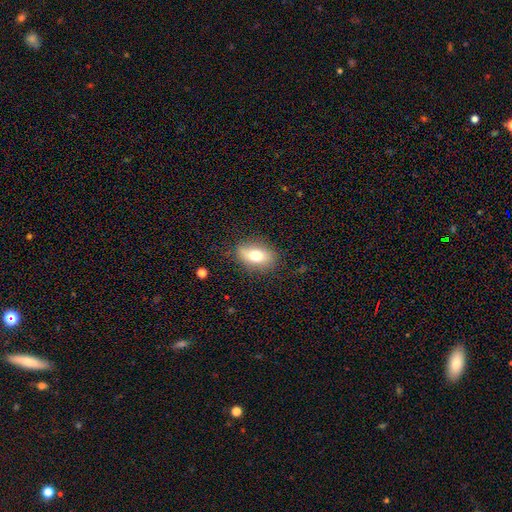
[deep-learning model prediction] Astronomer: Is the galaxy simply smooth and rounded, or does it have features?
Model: smooth — 69%.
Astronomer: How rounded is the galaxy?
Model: in between — 82%.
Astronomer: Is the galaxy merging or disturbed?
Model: none — 75%.